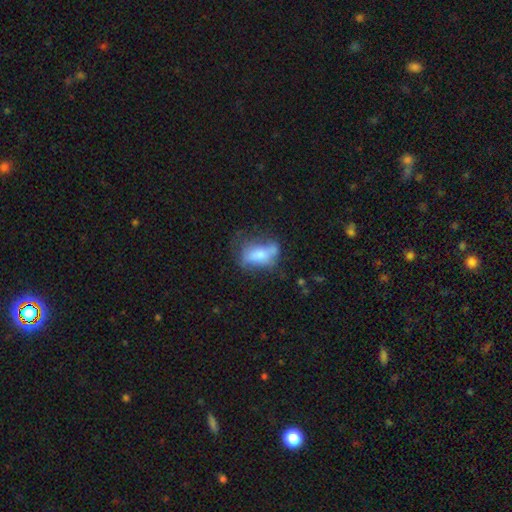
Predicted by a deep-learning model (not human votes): This appears to be a smooth galaxy with no disk features (56%) that is in between round and cigar-shaped (82%). Merging: none (38%).